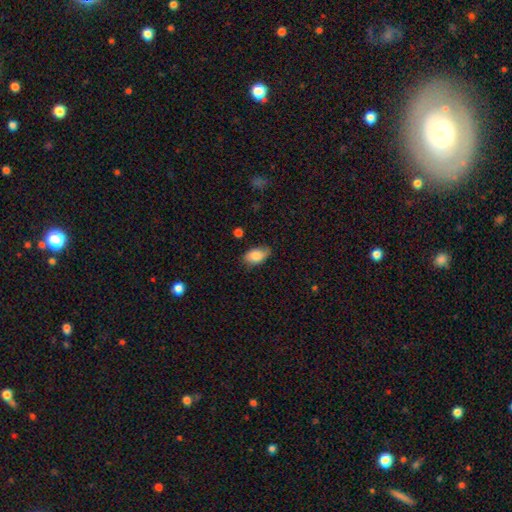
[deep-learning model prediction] smooth-or-featured: smooth: 82% | featured or disk: 11% | star or artifact: 7%
  how-rounded: in between: 91% | round: 6% | cigar-shaped: 2%
  merging: none: 69% | minor disturbance: 25% | major disturbance: 4% | merger: 2%